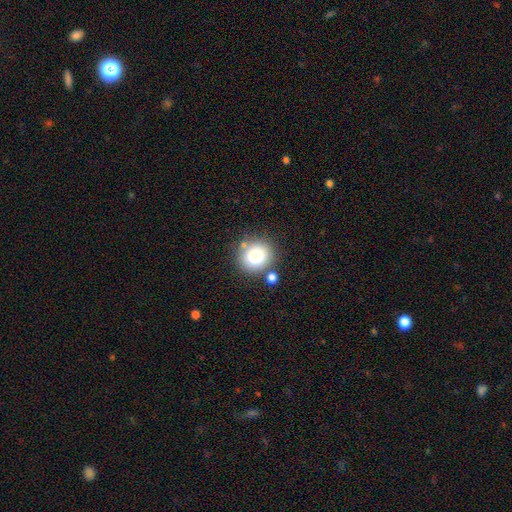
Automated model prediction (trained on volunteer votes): smooth_or_featured: smooth (p=0.78) [alt: featured or disk p=0.11]
how_rounded: round (p=0.85) [alt: in between p=0.14]
merging: none (p=0.74) [alt: merger p=0.11]